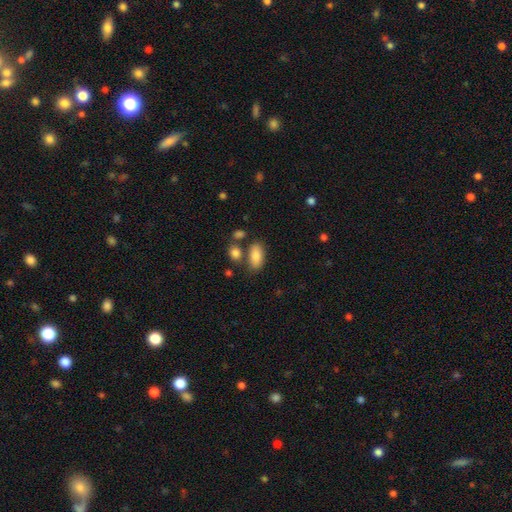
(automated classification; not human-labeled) This appears to be a smooth galaxy with no disk features (84%) that is in between round and cigar-shaped (89%). Merging: none (71%).